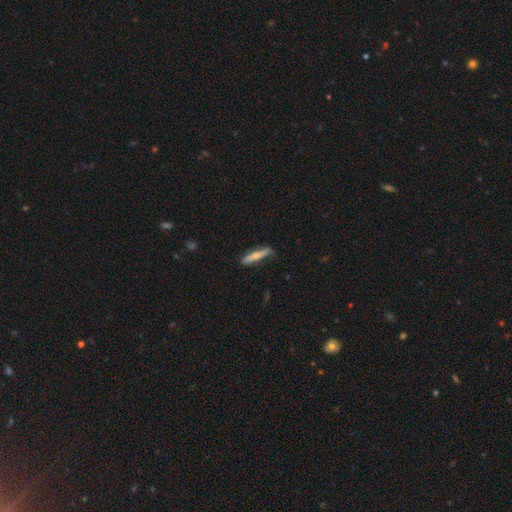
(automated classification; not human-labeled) This appears to be a smooth galaxy with no disk features (53%) that is cigar-shaped (86%). Merging: none (82%).